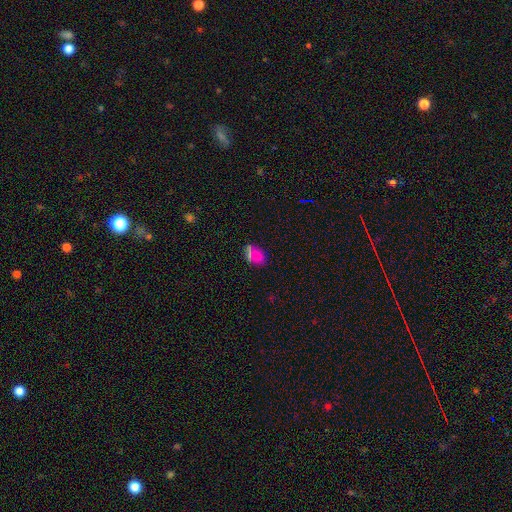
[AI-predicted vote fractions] Smooth or featured? Predicted: smooth (p=0.67). How rounded? Predicted: in between (p=0.69). Merging? Predicted: none (p=0.70).